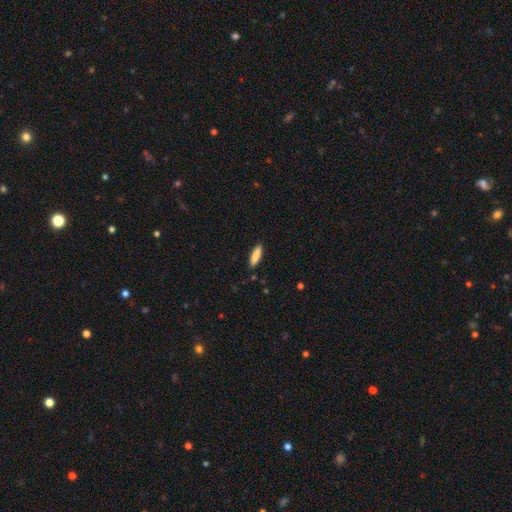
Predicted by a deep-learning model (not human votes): Overall: smooth (87%). How rounded: cigar-shaped (66%; in between 32%). Merging: none (88%).